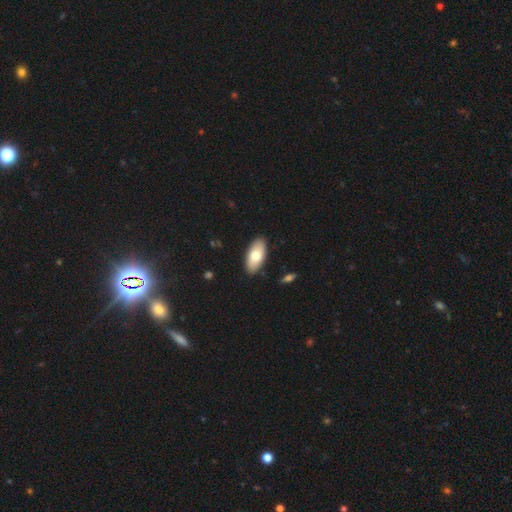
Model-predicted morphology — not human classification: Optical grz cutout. It shows a smooth galaxy with no disk features (72%) that is in between round and cigar-shaped (92%). Merging: none (89%).